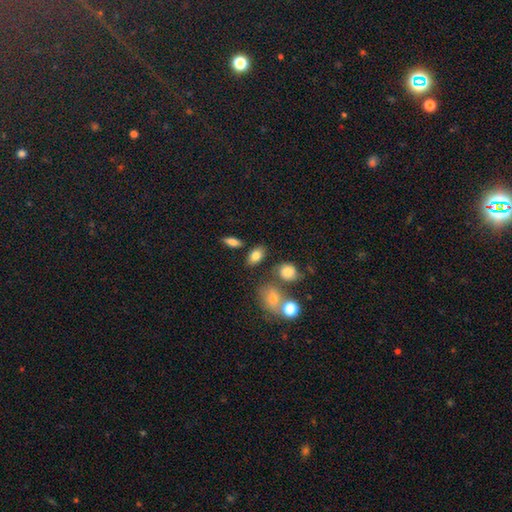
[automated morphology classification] Overall: smooth (80%). How rounded: in between (85%). Merging: none (78%).